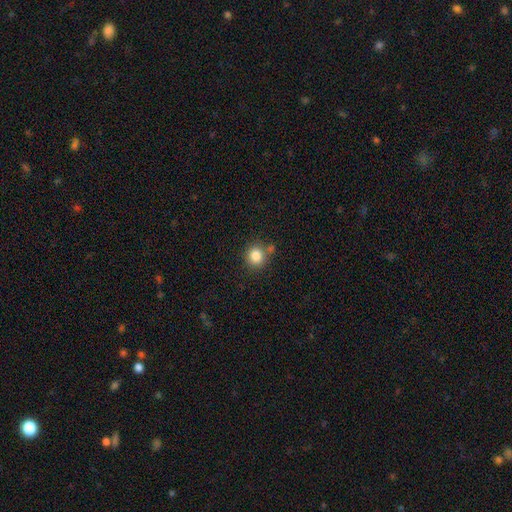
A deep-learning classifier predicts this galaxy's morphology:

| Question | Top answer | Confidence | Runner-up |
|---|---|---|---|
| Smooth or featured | smooth | 84% | star or artifact (11%) |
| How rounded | round | 86% | in between (13%) |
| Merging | none | 76% | minor disturbance (11%) |